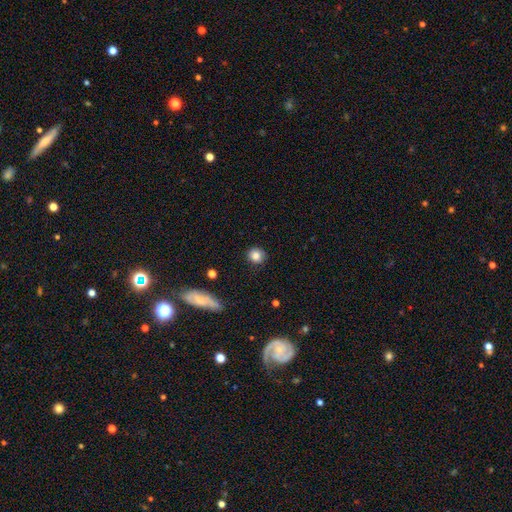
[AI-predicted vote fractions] A smooth galaxy with no disk features (83%) that is round (88%). Merging: none (87%).